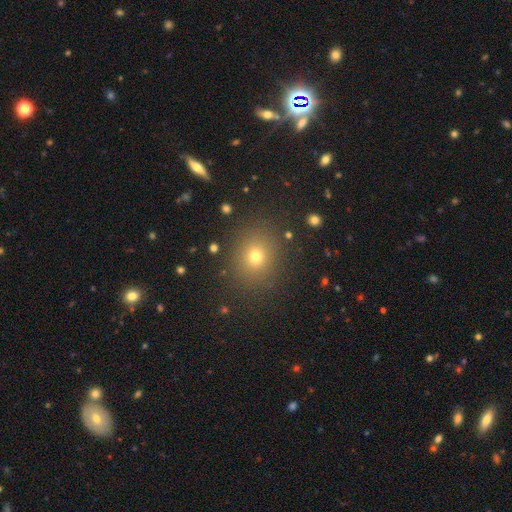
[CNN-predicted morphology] type=smooth (66%); roundness=round (73%); merging=none (88%).